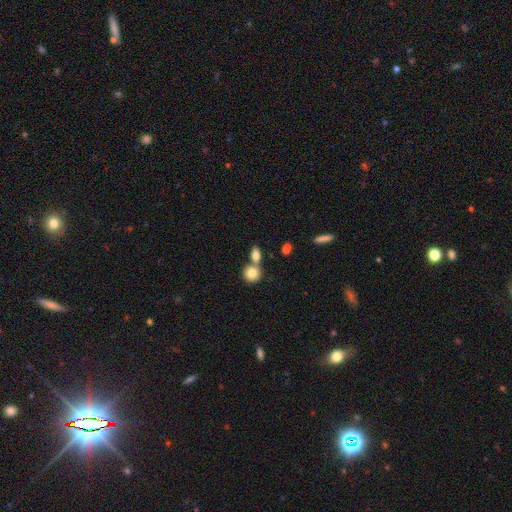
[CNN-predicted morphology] Smooth or featured: smooth — 80% (featured or disk — 11%)
How rounded: in between — 60% (round — 36%)
Merging: none — 46% (merger — 42%)